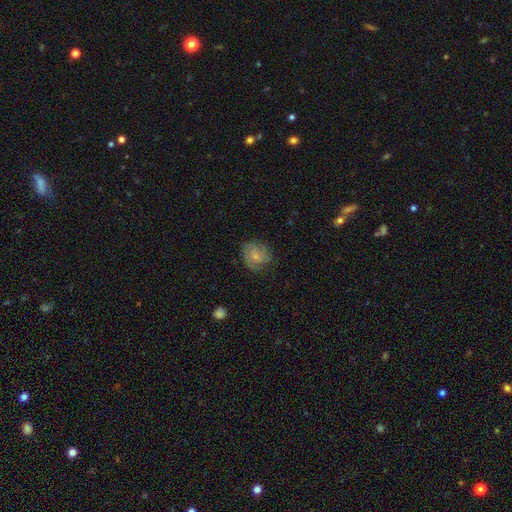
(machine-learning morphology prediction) This appears to be a smooth galaxy with no disk features (51%) that is round (73%). Merging: none (68%).